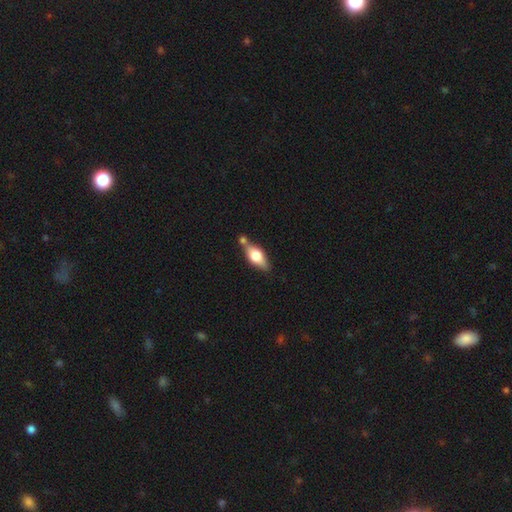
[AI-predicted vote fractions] Smooth or featured? Predicted: smooth (p=0.55). How rounded? Predicted: in between (p=0.76). Merging? Predicted: none (p=0.58).